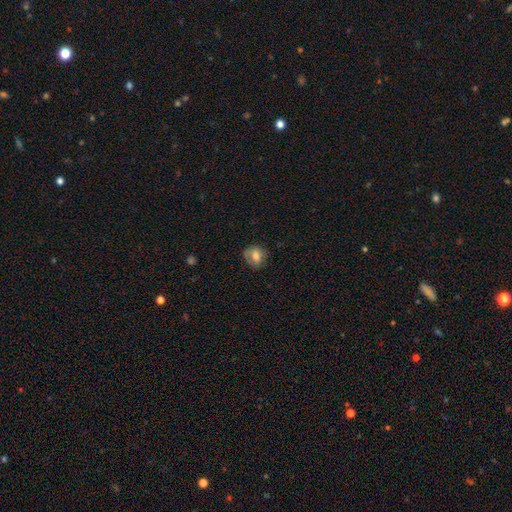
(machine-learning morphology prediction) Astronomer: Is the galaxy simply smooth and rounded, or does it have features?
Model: smooth — 67%.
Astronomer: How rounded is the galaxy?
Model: round — 67%.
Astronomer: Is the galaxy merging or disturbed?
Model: none — 69%.